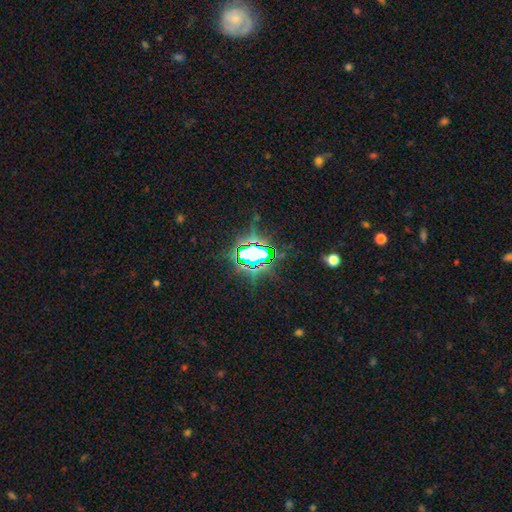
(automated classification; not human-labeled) This appears to be a star or artifact, not a galaxy (75%).